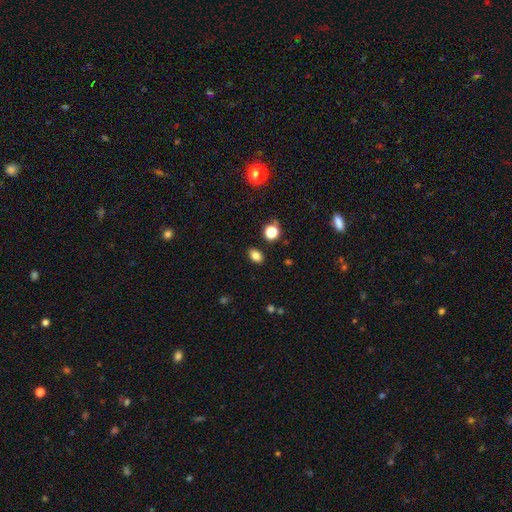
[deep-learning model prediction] Morphology: type=smooth (81%); roundness=in between (78%); merging=none (87%).